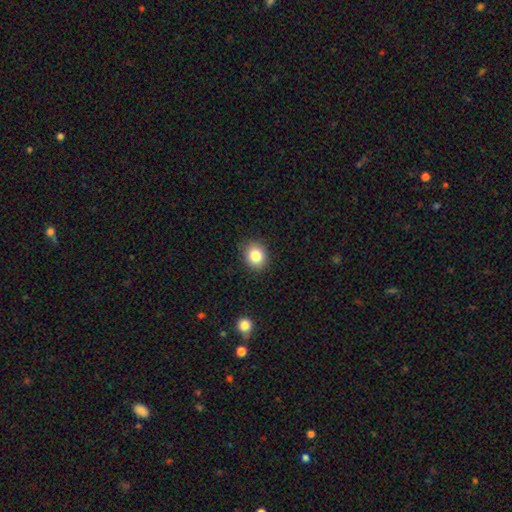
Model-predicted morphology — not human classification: type=smooth (83%); roundness=round (70%); merging=none (88%).